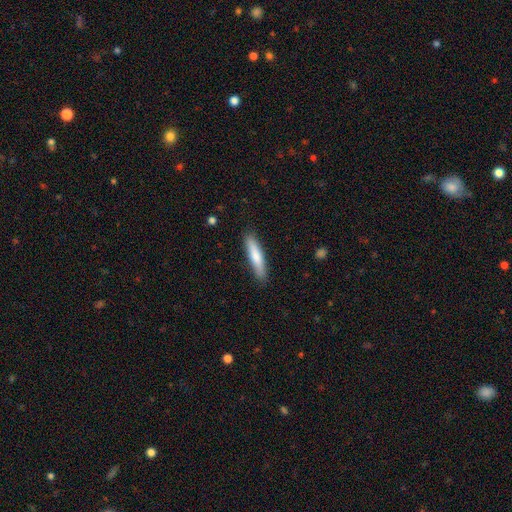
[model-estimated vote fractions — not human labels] Smooth or featured: smooth — 75% (featured or disk — 20%)
How rounded: cigar-shaped — 85% (in between — 13%)
Merging: none — 88% (minor disturbance — 9%)